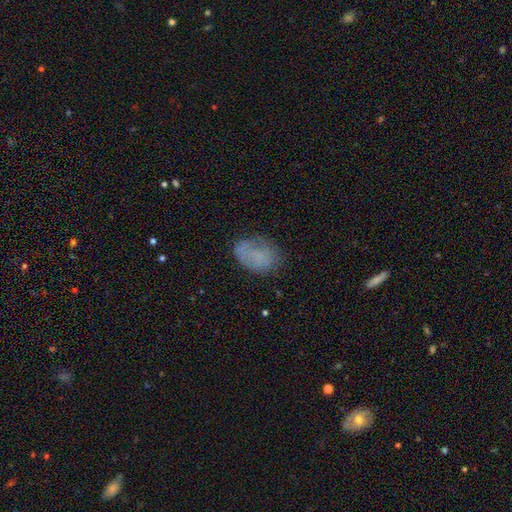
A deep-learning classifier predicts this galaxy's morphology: Overall: smooth (66%). How rounded: in between (79%). Merging: none (59%; minor disturbance 25%).